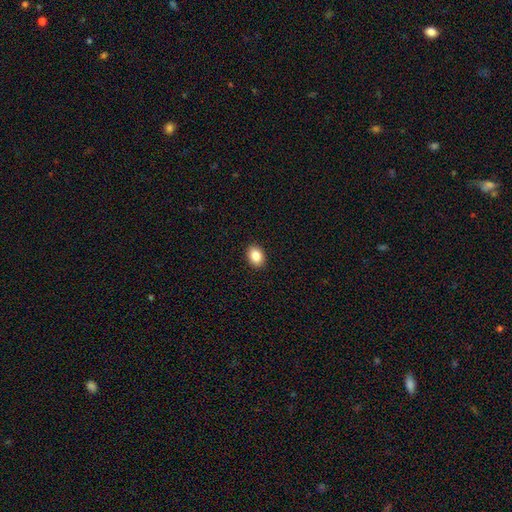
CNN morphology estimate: Smooth or featured? Predicted: smooth (p=0.86). How rounded? Predicted: in between (p=0.71). Merging? Predicted: none (p=0.91).